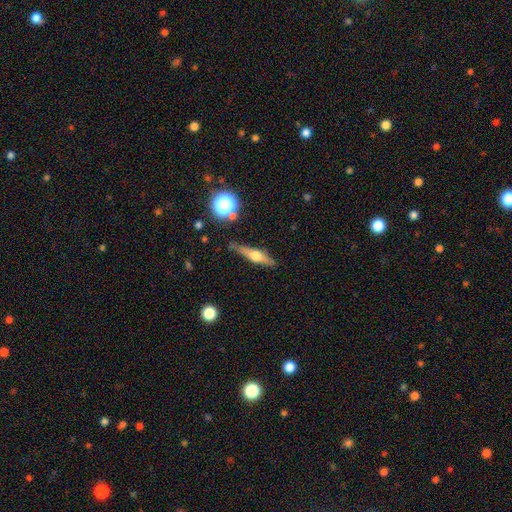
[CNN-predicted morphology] This appears to be a featured or disk galaxy (60%) viewed edge-on (94%) with a rounded central bulge (93%). Merging: none (80%).